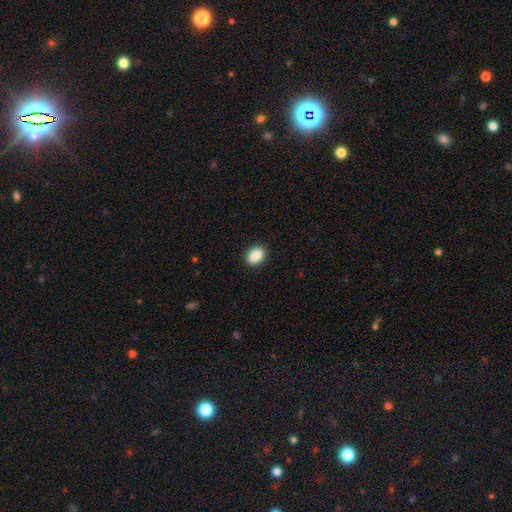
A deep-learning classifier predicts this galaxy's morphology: A smooth galaxy with no disk features (89%) that is in between round and cigar-shaped (78%).

Vote fractions:
- Smooth or featured? smooth: 89% / star or artifact: 8% / featured or disk: 3%
- How rounded? in between: 78% / round: 21% / cigar-shaped: 1%
- Merging? none: 90% / minor disturbance: 7% / major disturbance: 2% / merger: 1%